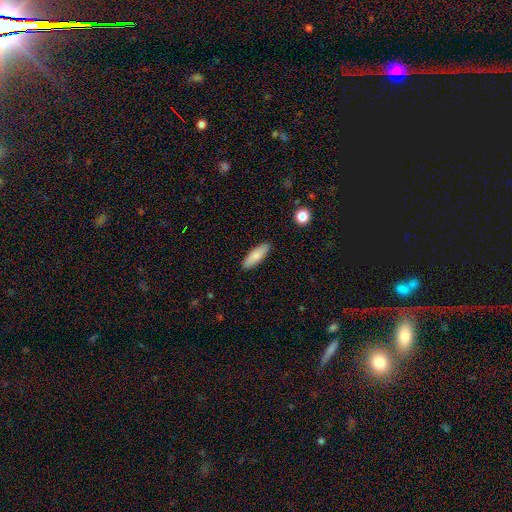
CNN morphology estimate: Smooth or featured? smooth (83%)
How rounded? in between (56%)
Merging? none (88%)